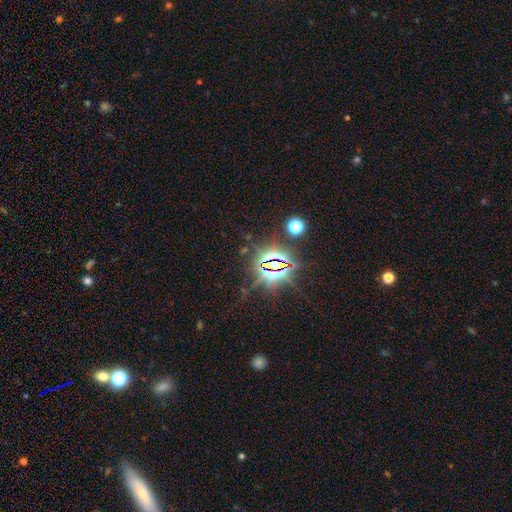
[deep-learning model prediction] A star or artifact, not a galaxy (82%).

Vote fractions:
- Smooth or featured? star or artifact: 82% / smooth: 11% / featured or disk: 8%